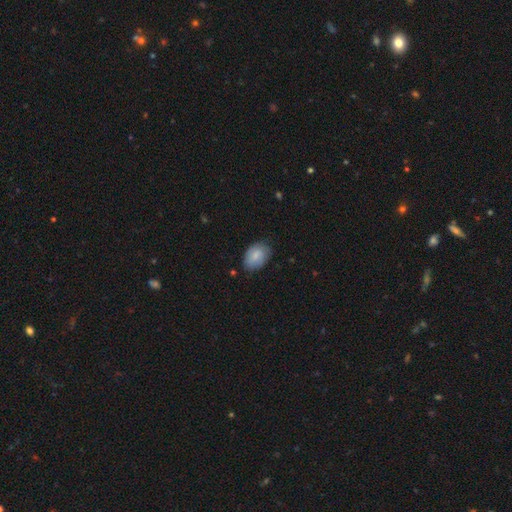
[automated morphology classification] Smooth or featured: smooth — 81% (featured or disk — 12%)
How rounded: in between — 84% (round — 15%)
Merging: none — 73% (minor disturbance — 21%)